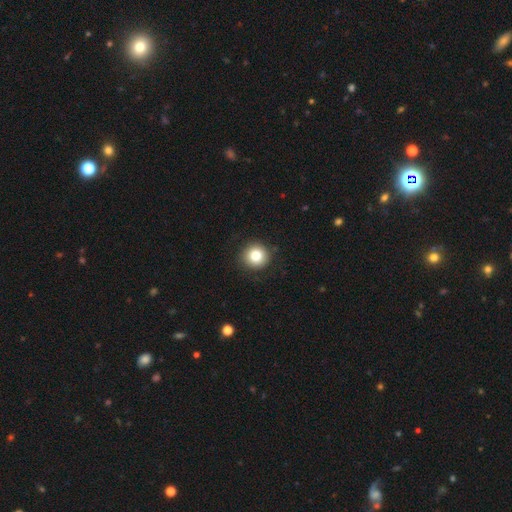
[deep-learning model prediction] Overall: smooth (82%). How rounded: round (94%). Merging: none (90%).